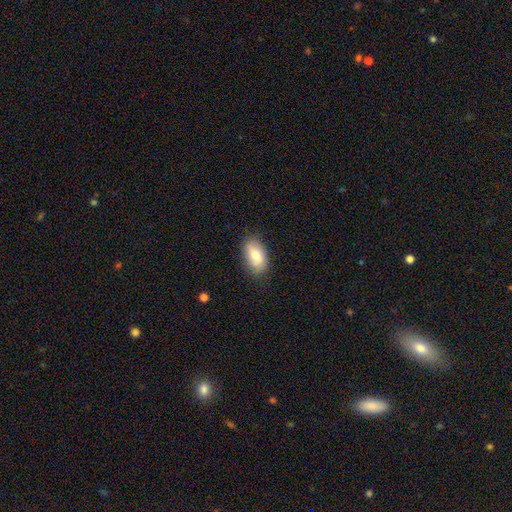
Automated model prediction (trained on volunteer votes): The model was most divided on "smooth or featured": smooth: 80%, featured or disk: 13%, star or artifact: 7%. More confident: how rounded — in between (92%); merging — none (82%).